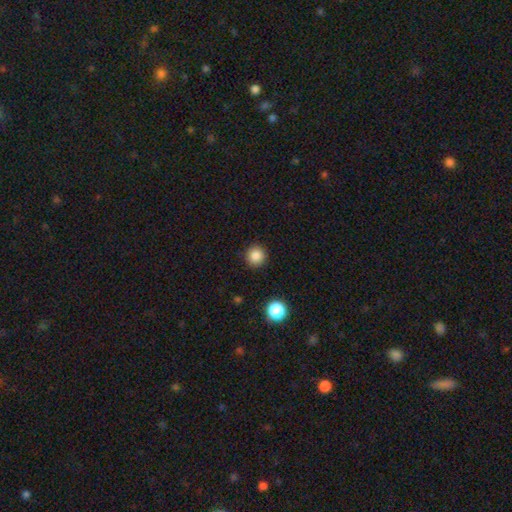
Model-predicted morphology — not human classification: Overall: smooth (85%). How rounded: round (95%). Merging: none (91%).